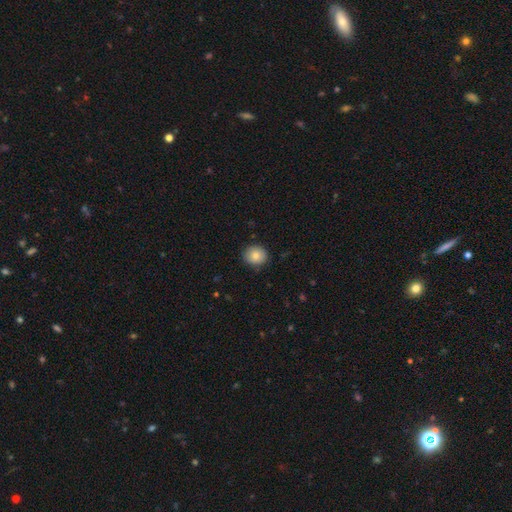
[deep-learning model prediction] smooth 82%, featured or disk 10%, star or artifact 9%. Down the decision tree: how rounded — round (80%); merging — none (86%).